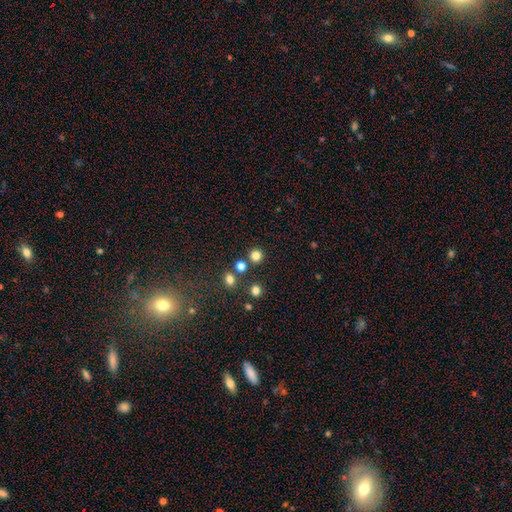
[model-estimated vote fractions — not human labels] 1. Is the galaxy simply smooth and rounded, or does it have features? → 79% smooth, 16% star or artifact, 5% featured or disk.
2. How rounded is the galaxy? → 92% round, 7% in between, 1% cigar-shaped.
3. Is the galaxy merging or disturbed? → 84% none, 7% merger, 6% minor disturbance, 3% major disturbance.